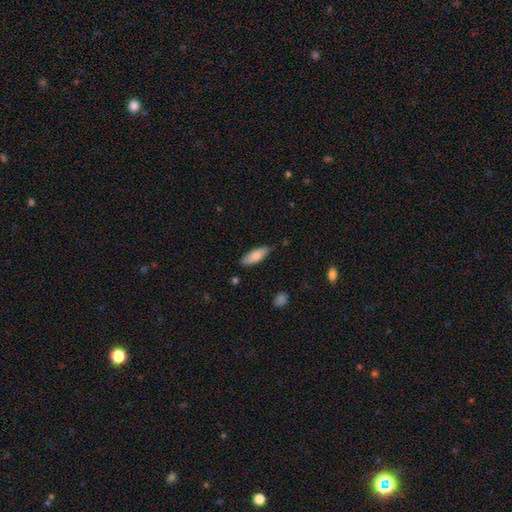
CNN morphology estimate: smooth 81%, featured or disk 14%, star or artifact 6%. Down the decision tree: how rounded — in between (62%); merging — none (78%).